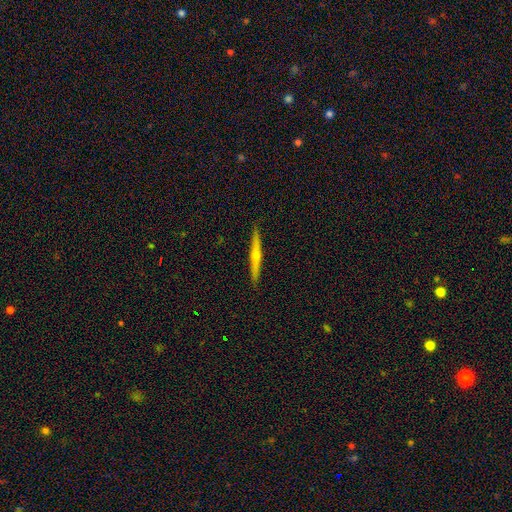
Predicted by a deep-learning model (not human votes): This appears to be a featured or disk galaxy (68%) viewed edge-on (98%) with a rounded central bulge (86%). Merging: none (92%).